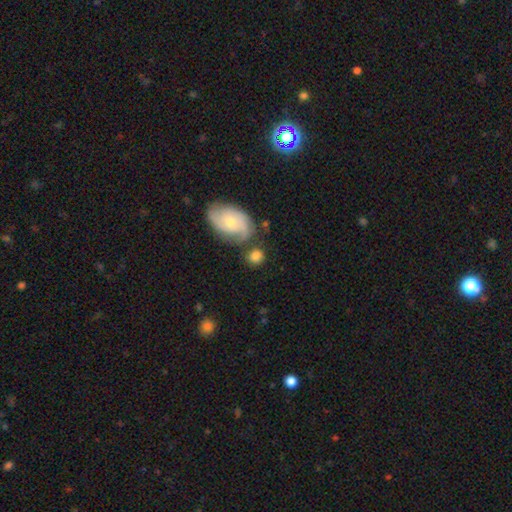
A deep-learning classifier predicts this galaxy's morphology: This is likely a smooth galaxy (73%). How rounded: likely round (68%). Merging: likely none (63%).